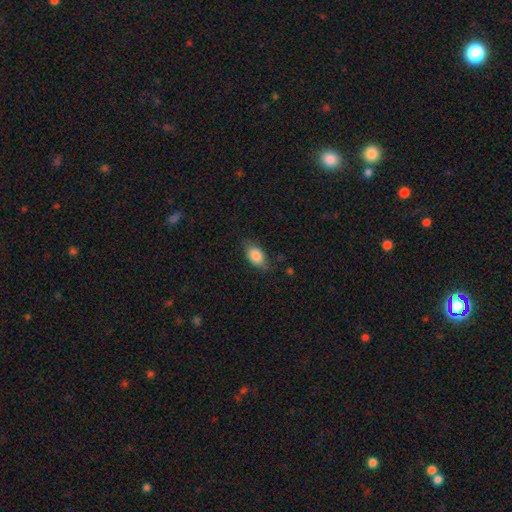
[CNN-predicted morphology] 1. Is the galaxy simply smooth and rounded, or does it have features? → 84% smooth, 9% featured or disk, 7% star or artifact.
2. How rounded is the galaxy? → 89% in between, 7% round, 3% cigar-shaped.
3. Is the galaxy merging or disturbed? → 72% none, 21% minor disturbance, 5% major disturbance, 1% merger.